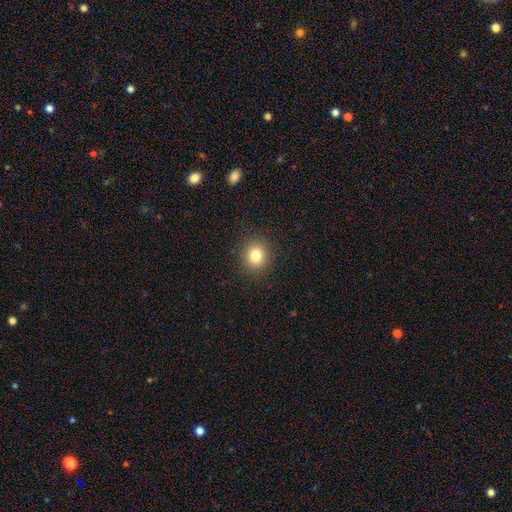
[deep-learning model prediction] Overall: smooth (81%). How rounded: round (86%). Merging: none (90%).